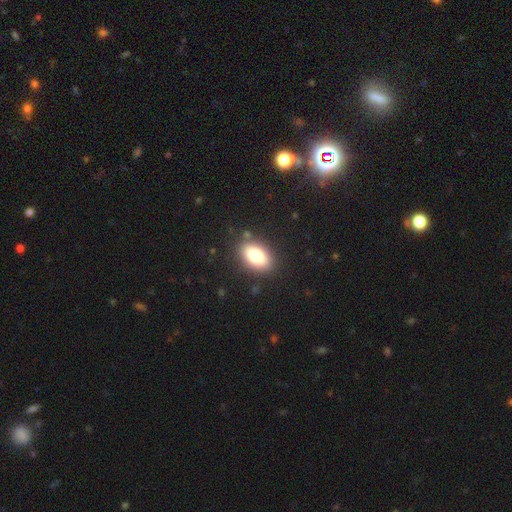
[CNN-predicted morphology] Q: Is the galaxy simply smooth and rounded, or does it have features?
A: smooth — 80%.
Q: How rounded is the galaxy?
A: in between — 89%.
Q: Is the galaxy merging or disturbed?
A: none — 85%.